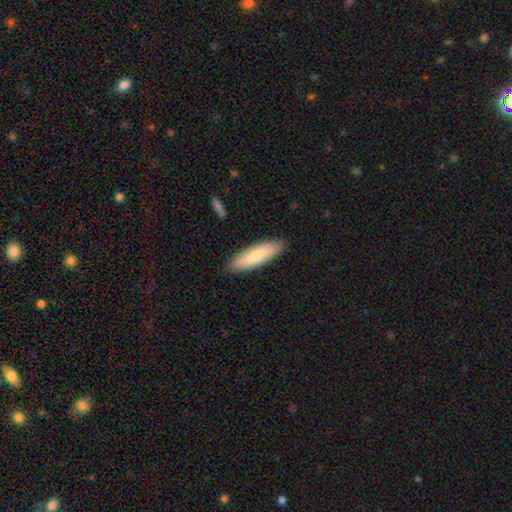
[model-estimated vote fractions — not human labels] Smooth or featured? smooth (75%)
How rounded? cigar-shaped (62%)
Merging? none (88%)